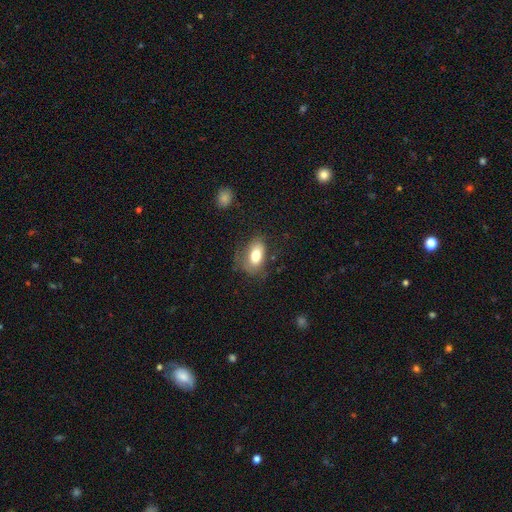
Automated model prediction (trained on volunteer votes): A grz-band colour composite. It shows a smooth galaxy with no disk features (76%) that is in between round and cigar-shaped (89%). Merging: none (61%).